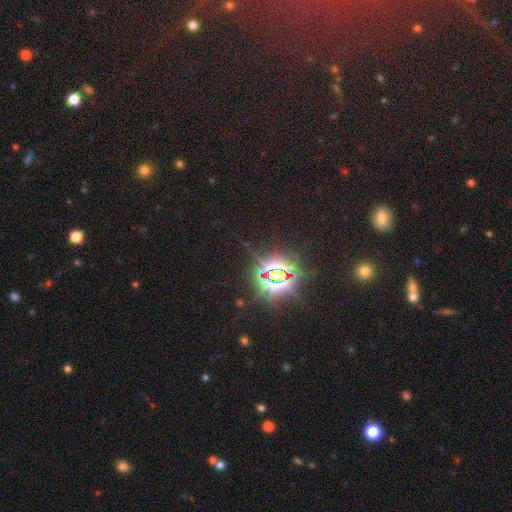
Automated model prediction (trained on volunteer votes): A star or artifact, not a galaxy (81%).